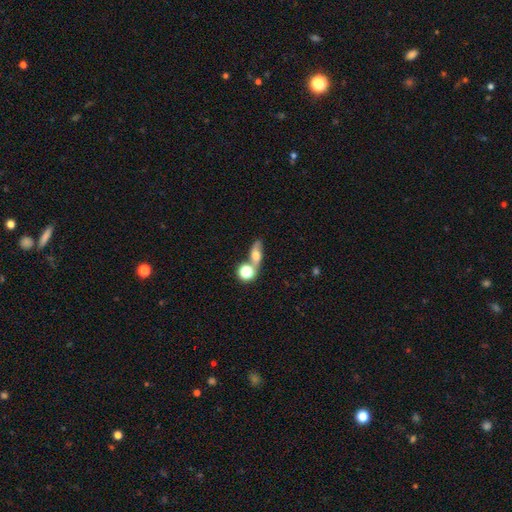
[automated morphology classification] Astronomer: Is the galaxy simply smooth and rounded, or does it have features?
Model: smooth — 46% (runner-up: featured or disk, 40%).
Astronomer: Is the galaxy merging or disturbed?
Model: none — 46% (runner-up: merger, 34%).